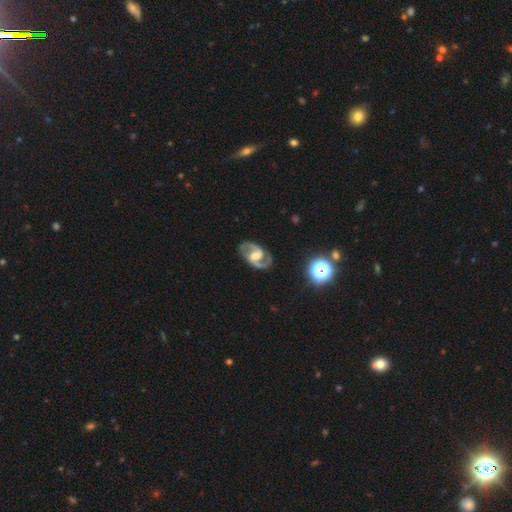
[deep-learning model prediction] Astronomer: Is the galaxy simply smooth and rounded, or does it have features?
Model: featured or disk — 90%.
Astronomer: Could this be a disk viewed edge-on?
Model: no — 97%.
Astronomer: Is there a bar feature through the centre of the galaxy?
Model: weak — 47% (runner-up: strong, 37%).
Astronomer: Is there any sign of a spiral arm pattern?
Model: yes — 97%.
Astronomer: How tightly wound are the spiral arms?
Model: medium — 62%.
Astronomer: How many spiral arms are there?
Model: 2 — 94%.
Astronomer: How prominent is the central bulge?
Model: moderate — 51%.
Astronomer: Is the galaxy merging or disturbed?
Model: none — 84%.